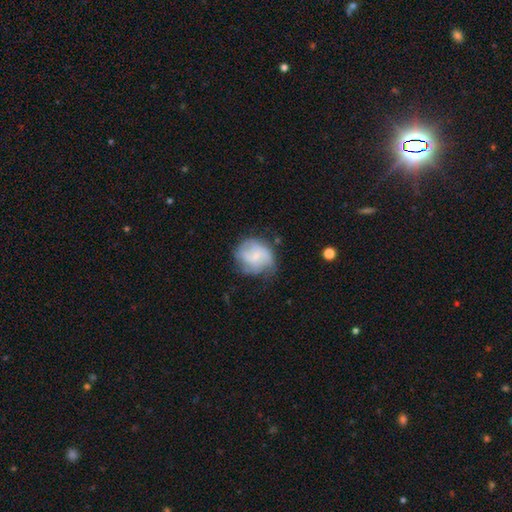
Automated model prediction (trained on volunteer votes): A smooth galaxy with no disk features (48%). Merging: none (50%).